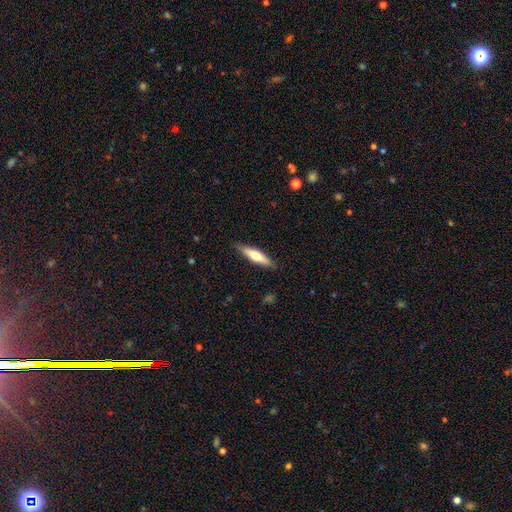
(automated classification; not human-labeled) The model was most divided on "smooth or featured": smooth: 57%, featured or disk: 38%, star or artifact: 5%. More confident: merging — none (87%); how rounded — cigar-shaped (75%).